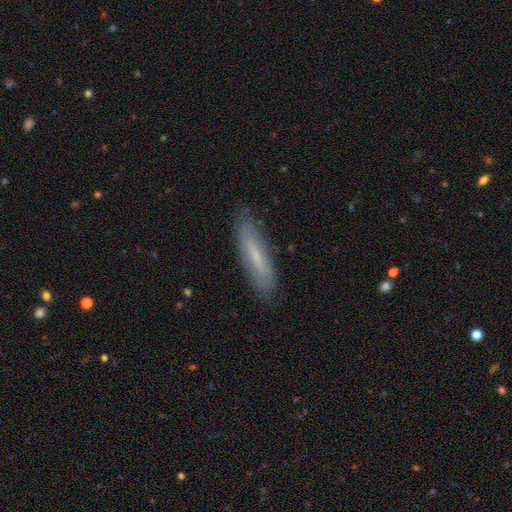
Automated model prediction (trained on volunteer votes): Morphology: type=smooth (54%); roundness=cigar-shaped (76%); merging=none (82%).